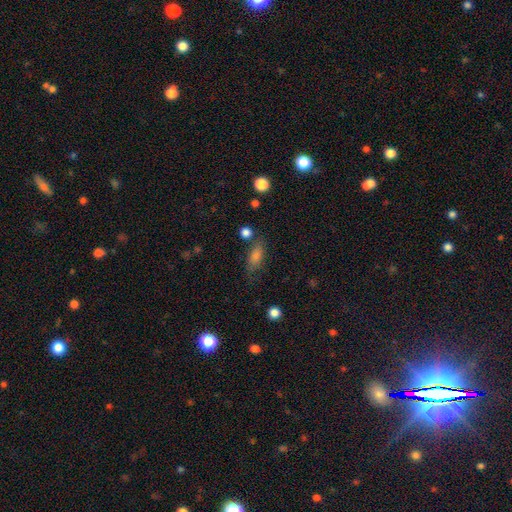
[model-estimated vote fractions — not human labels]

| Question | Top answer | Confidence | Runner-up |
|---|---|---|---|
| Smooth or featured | smooth | 68% | featured or disk (17%) |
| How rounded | in between | 72% | cigar-shaped (19%) |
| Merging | none | 70% | minor disturbance (19%) |